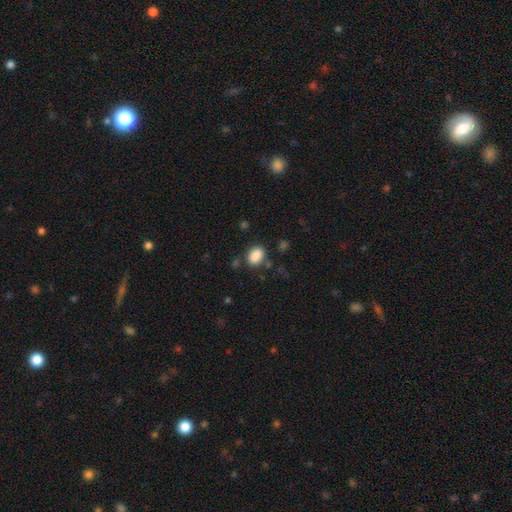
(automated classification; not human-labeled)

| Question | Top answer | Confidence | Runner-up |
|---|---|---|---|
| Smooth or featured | smooth | 87% | star or artifact (9%) |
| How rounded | in between | 76% | round (23%) |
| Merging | none | 78% | minor disturbance (13%) |